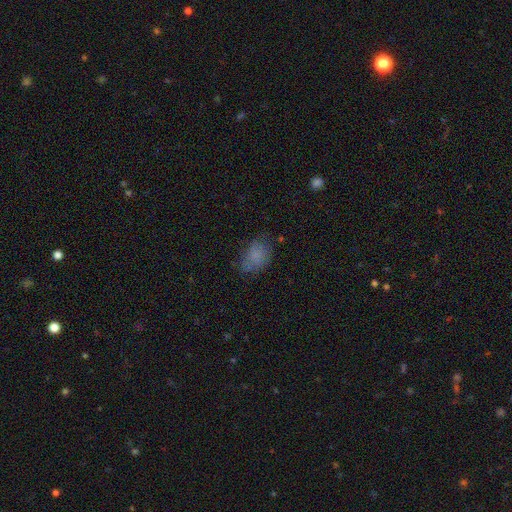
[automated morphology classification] The model was most divided on "merging": none: 61%, minor disturbance: 26%, major disturbance: 11%, merger: 2%. More confident: how rounded — in between (80%); smooth or featured — smooth (77%).